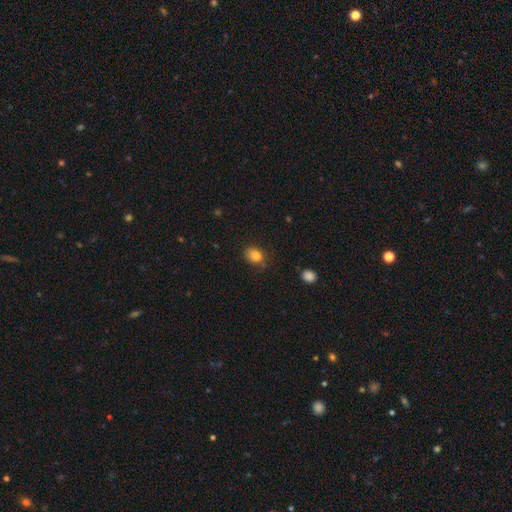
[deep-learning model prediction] Smooth or featured?
  - smooth: 81% *
  - star or artifact: 11%
  - featured or disk: 8%
How rounded?
  - in between: 53% *
  - round: 46%
  - cigar-shaped: 1%
Merging?
  - none: 71% *
  - minor disturbance: 21%
  - major disturbance: 5%
  - merger: 3%